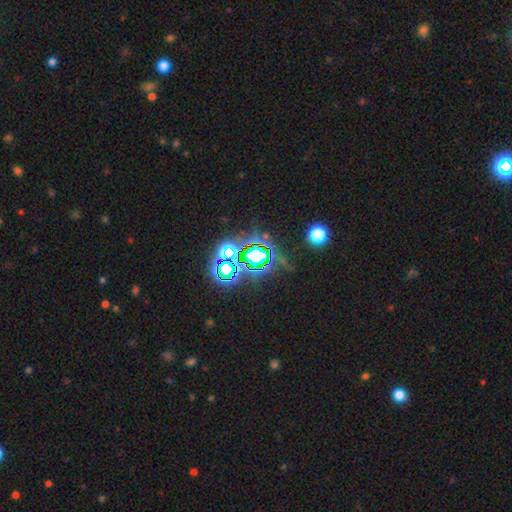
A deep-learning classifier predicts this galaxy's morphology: smooth-or-featured: star or artifact: 76% | smooth: 13% | featured or disk: 11%